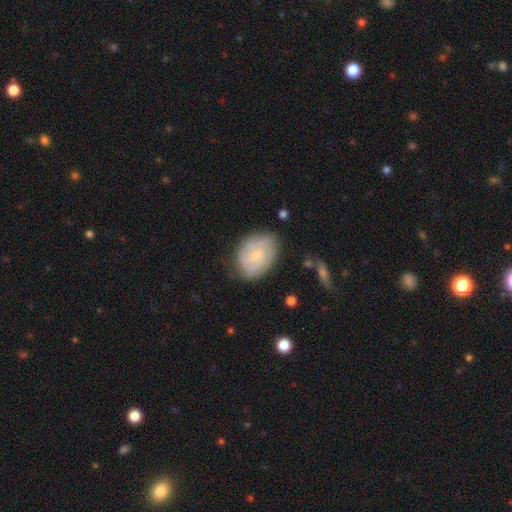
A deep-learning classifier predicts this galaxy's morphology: The model was most divided on "bar": no: 47%, weak: 46%, strong: 7%. Remaining: edge-on disk — no (97%); spiral arms — yes (85%); merging — none (73%); bulge size — small (70%); smooth or featured — featured or disk (62%); spiral winding — tight (55%); spiral arm count — can't tell (38%).